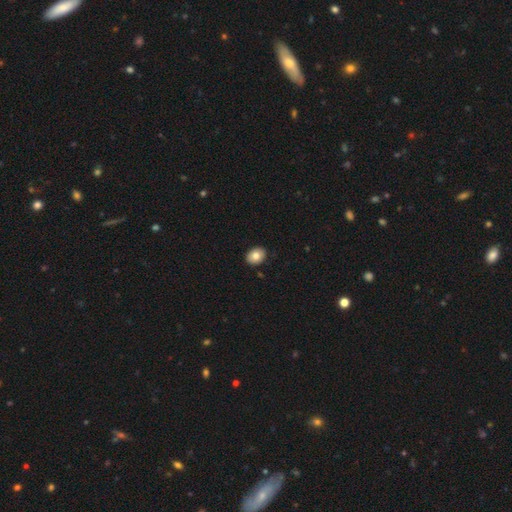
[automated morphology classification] The model was most divided on "how rounded": in between: 60%, round: 39%, cigar-shaped: 1%. More confident: merging — none (91%); smooth or featured — smooth (82%).